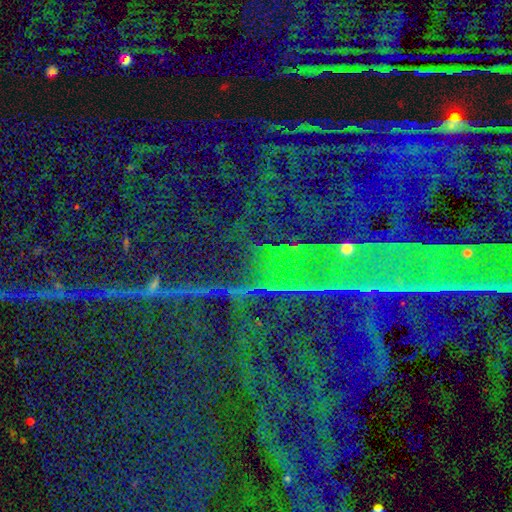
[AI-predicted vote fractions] Smooth or featured?
  - star or artifact: 85% *
  - smooth: 8%
  - featured or disk: 8%